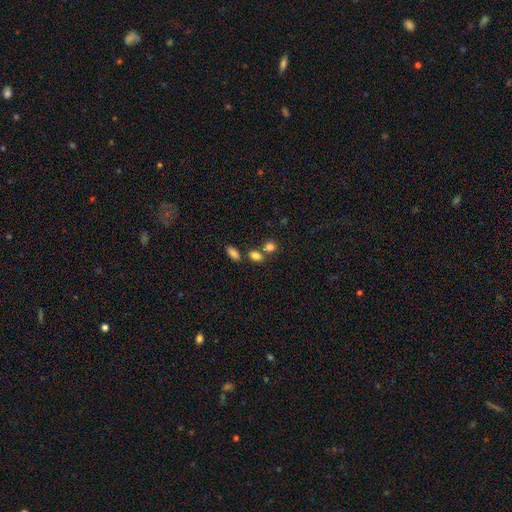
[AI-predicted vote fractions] This appears to be a smooth galaxy with no disk features (82%) that is in between round and cigar-shaped (64%). Merging: none (58%).